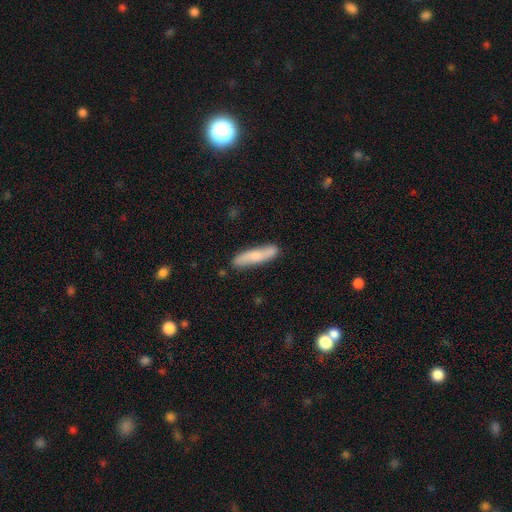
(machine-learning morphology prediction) Smooth or featured: smooth — 62% (featured or disk — 33%)
How rounded: cigar-shaped — 80% (in between — 18%)
Merging: none — 85% (minor disturbance — 11%)